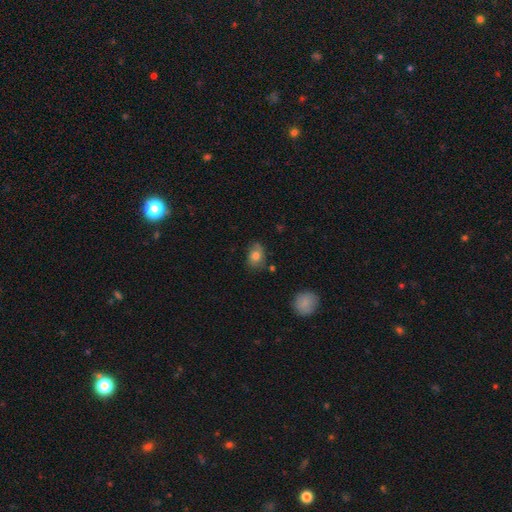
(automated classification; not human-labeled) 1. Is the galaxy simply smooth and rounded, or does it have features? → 73% smooth, 18% featured or disk, 9% star or artifact.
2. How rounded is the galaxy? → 69% in between, 30% round, 1% cigar-shaped.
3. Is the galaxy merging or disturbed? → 63% none, 26% minor disturbance, 7% major disturbance, 3% merger.